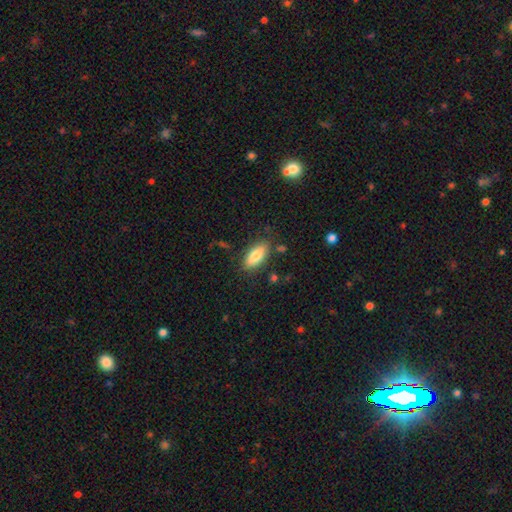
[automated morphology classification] Smooth or featured? Predicted: smooth (p=0.78). How rounded? Predicted: in between (p=0.81). Merging? Predicted: none (p=0.82).